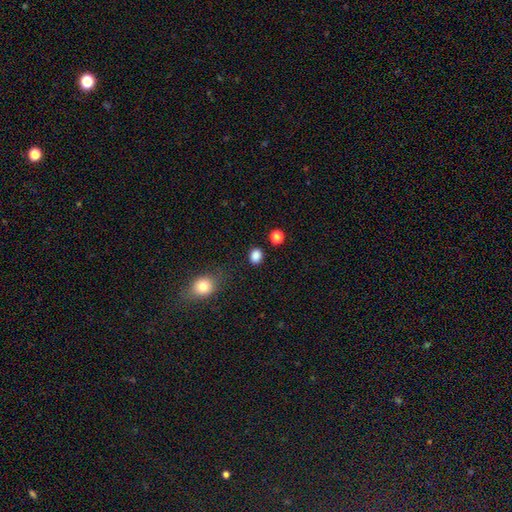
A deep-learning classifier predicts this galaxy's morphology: This appears to be a smooth galaxy with no disk features (86%) that is round (57%). Merging: none (86%).